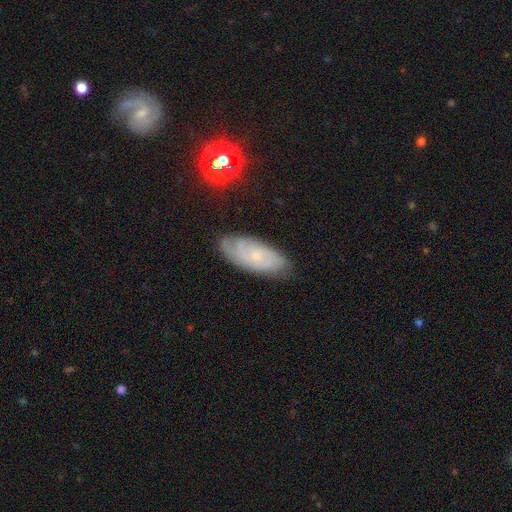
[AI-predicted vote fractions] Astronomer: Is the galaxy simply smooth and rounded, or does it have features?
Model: featured or disk — 66%.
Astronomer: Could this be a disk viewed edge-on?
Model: no — 91%.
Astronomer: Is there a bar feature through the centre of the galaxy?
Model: no — 75%.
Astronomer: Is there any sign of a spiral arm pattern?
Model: yes — 90%.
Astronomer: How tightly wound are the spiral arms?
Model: tight — 64%.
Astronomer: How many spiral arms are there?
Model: can't tell — 51%.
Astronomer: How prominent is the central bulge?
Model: small — 77%.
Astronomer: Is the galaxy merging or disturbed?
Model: none — 76%.